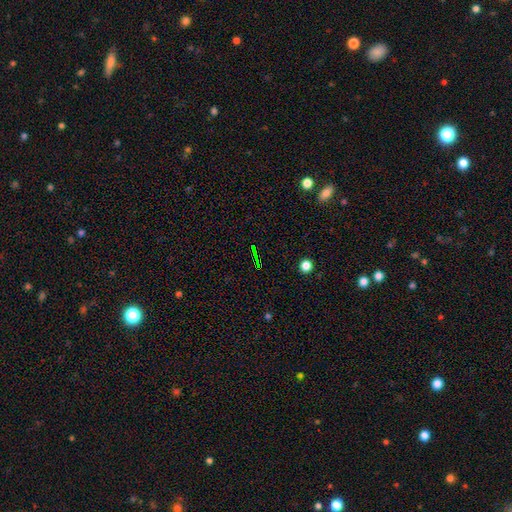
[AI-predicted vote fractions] Overall: star or artifact (68%).